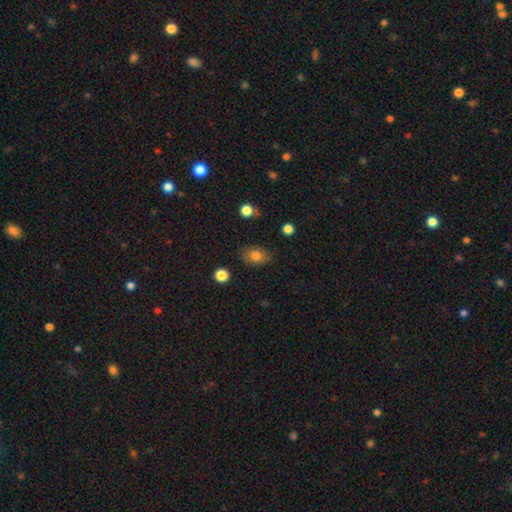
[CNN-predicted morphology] The model was most divided on "how rounded": in between: 76%, round: 23%, cigar-shaped: 1%. More confident: merging — none (77%); smooth or featured — smooth (76%).